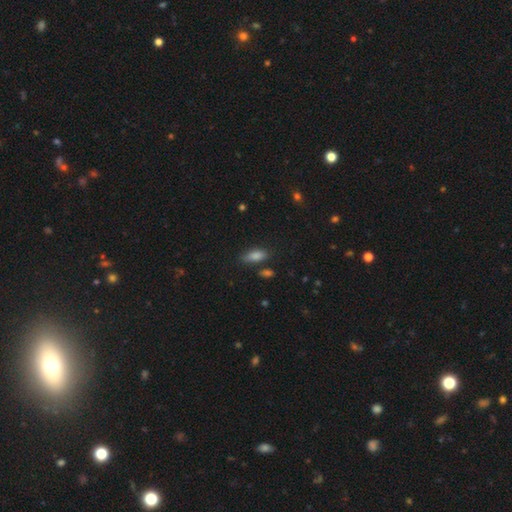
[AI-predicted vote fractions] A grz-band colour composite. It shows a smooth galaxy with no disk features (79%) that is in between round and cigar-shaped (75%). Merging: none (73%).